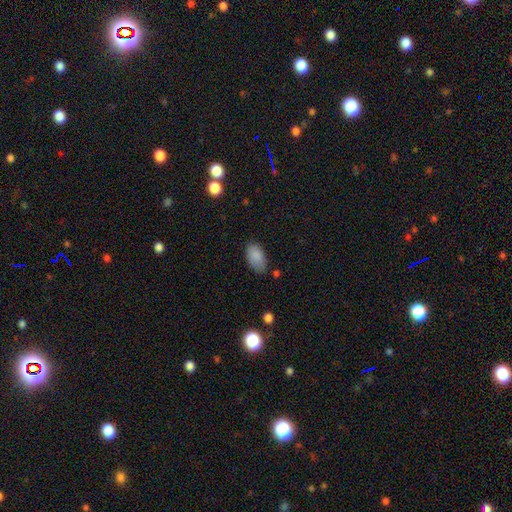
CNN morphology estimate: This is clearly a smooth galaxy (87%). How rounded: clearly in between (94%). Merging: likely none (73%).